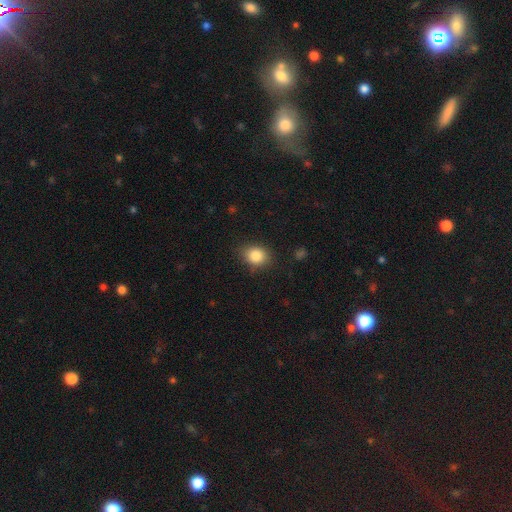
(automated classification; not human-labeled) smooth 85%, star or artifact 9%, featured or disk 6%. Down the decision tree: how rounded — round (51%); merging — none (81%).